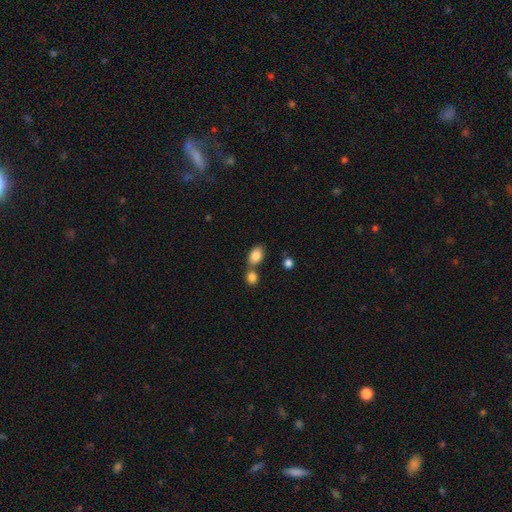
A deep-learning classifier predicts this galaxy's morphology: The model was most divided on "merging": none: 49%, merger: 38%, minor disturbance: 10%, major disturbance: 3%. More confident: smooth or featured — smooth (85%); how rounded — in between (79%).